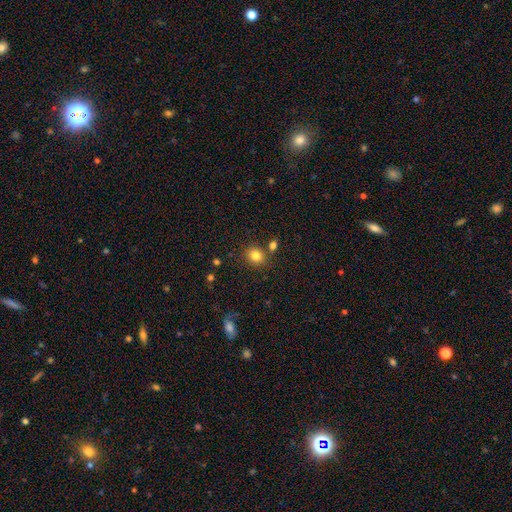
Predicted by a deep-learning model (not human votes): A smooth galaxy with no disk features (81%) that is round (70%). Merging: none (78%).